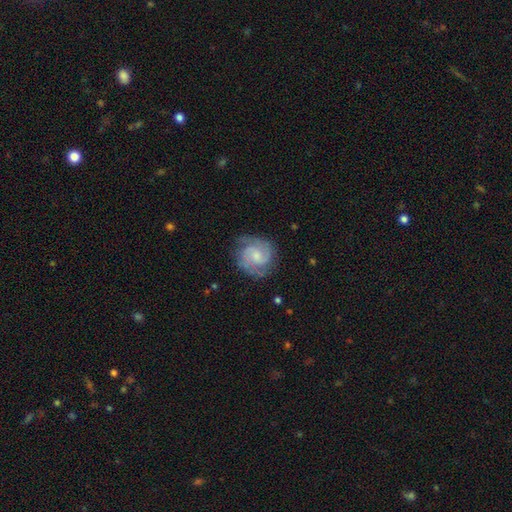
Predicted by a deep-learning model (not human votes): A featured or disk galaxy (82%) with no bar (52%), 2 (81%) tight (48%) spiral arms (97%) and a small central bulge (46%).

Vote fractions:
- Smooth or featured? featured or disk: 82% / smooth: 12% / star or artifact: 6%
- Edge-on disk? no: 98% / yes: 2%
- Bar? no: 52% / weak: 42% / strong: 6%
- Spiral arms? yes: 97% / no: 3%
- Spiral winding? tight: 48% / medium: 43% / loose: 9%
- Spiral arm count? 2: 81% / can't tell: 7% / 3: 6% / 1: 2% / 4: 2% / more than 4: 2%
- Bulge size? small: 46% / moderate: 32% / none: 17% / large: 4% / dominant: 1%
- Merging? none: 77% / minor disturbance: 16% / major disturbance: 6% / merger: 1%